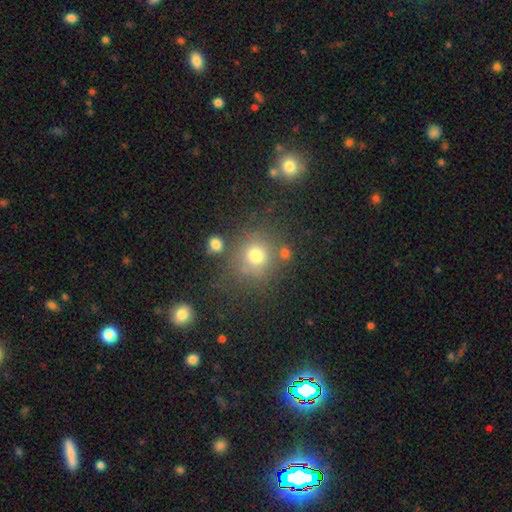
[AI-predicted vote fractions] Smooth or featured? Predicted: smooth (p=0.73). How rounded? Predicted: round (p=0.86). Merging? Predicted: none (p=0.70).